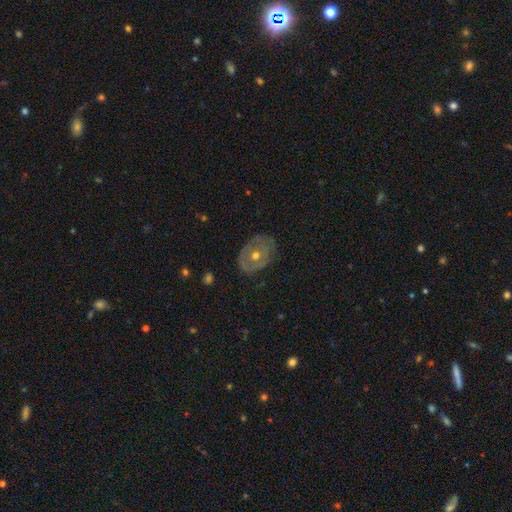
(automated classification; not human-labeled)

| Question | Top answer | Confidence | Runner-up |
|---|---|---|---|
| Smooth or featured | featured or disk | 62% | smooth (31%) |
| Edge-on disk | no | 93% | yes (7%) |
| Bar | no | 90% | weak (8%) |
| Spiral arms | no | 70% | yes (30%) |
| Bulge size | moderate | 71% | small (25%) |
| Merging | none | 75% | minor disturbance (18%) |